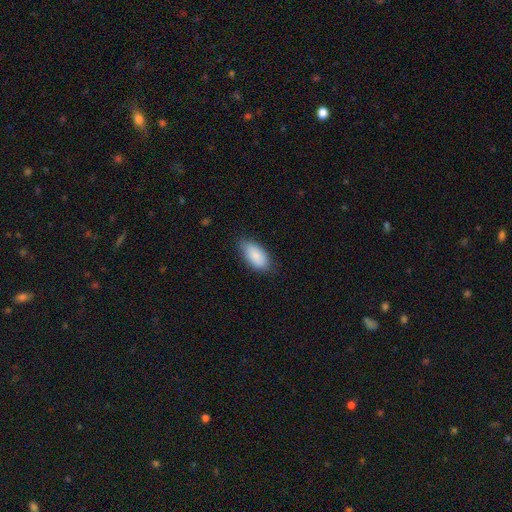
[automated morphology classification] Smooth or featured: smooth — 88% (star or artifact — 6%)
How rounded: in between — 92% (cigar-shaped — 6%)
Merging: none — 76% (minor disturbance — 19%)